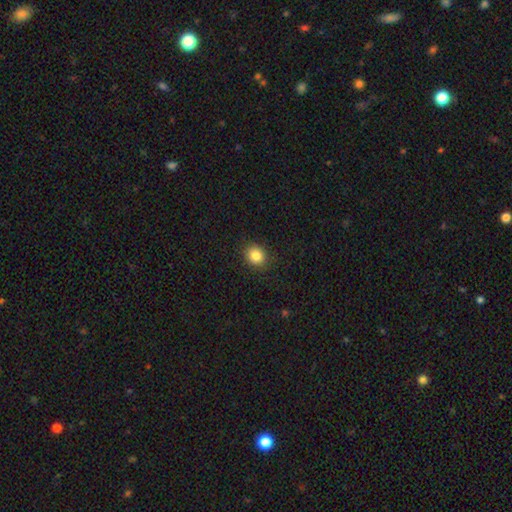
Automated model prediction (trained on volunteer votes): A smooth galaxy with no disk features (85%) that is round (73%). Merging: none (90%).